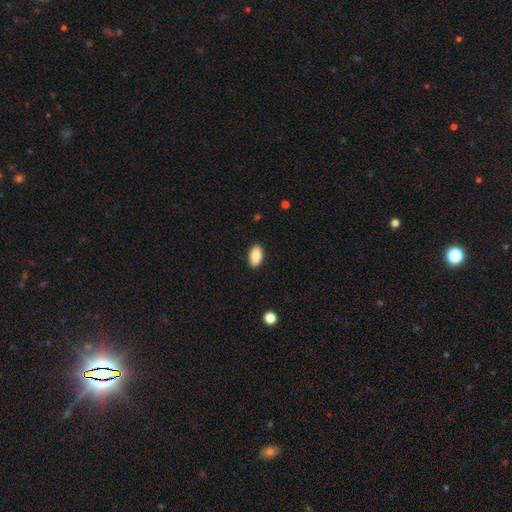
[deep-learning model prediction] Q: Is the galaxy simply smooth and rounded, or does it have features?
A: smooth — 87%.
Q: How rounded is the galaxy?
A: in between — 94%.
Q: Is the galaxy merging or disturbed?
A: none — 90%.